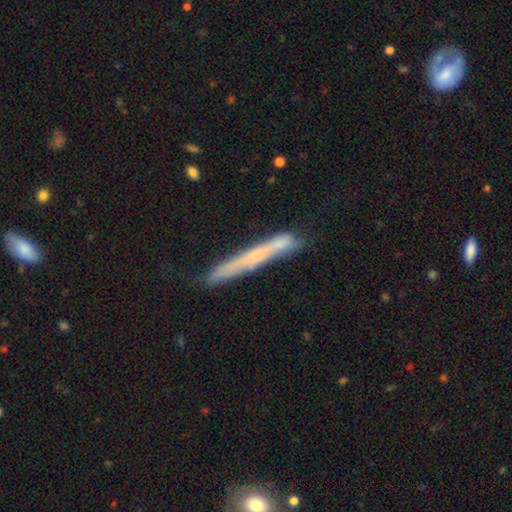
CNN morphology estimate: This is possibly a featured or disk galaxy (48%). Merging: likely none (74%).